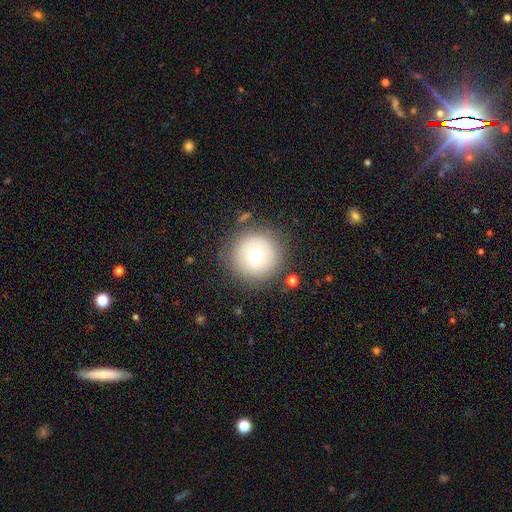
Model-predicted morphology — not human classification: Smooth or featured? smooth (67%)
How rounded? round (96%)
Merging? none (84%)